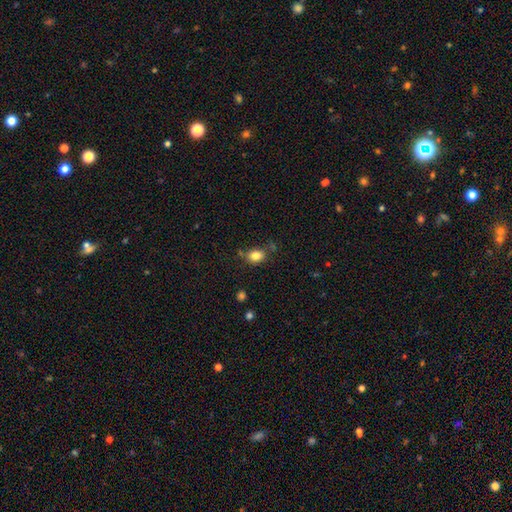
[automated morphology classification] This is clearly a smooth galaxy (83%). How rounded: likely in between (63%). Merging: likely none (73%).